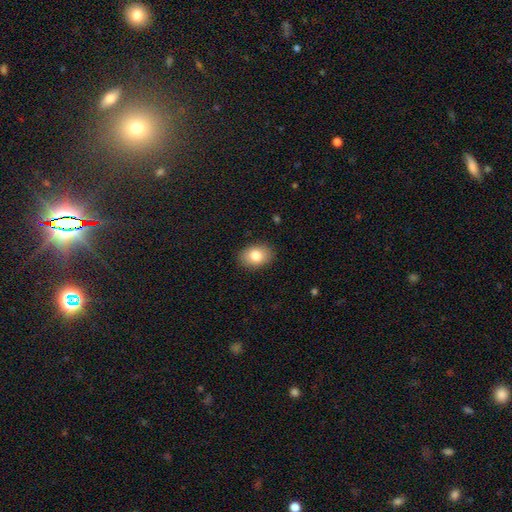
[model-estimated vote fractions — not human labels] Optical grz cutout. It shows a smooth galaxy with no disk features (82%) that is in between round and cigar-shaped (78%). Merging: none (88%).